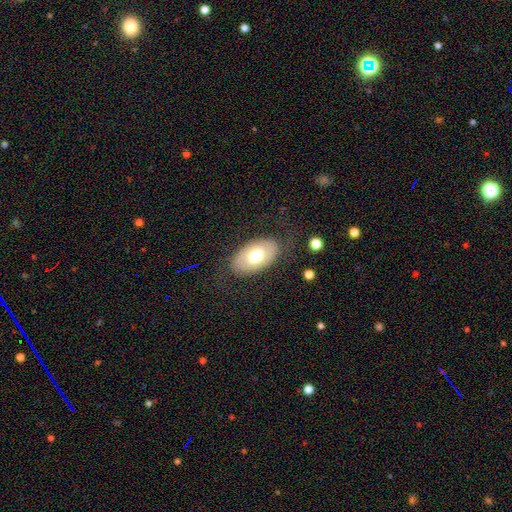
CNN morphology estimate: Q: Smooth or featured?
A: smooth (61%); runner-up: featured or disk (32%)
Q: How rounded?
A: in between (92%); runner-up: round (7%)
Q: Merging?
A: none (78%); runner-up: minor disturbance (14%)